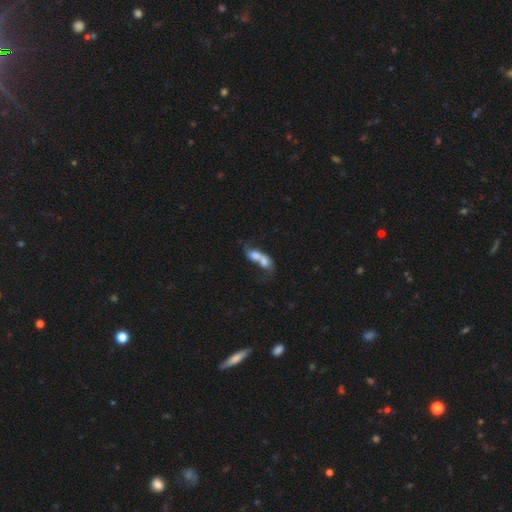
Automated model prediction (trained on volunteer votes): This is possibly a smooth galaxy (60%). How rounded: likely in between (67%). Merging: likely merger (80%).